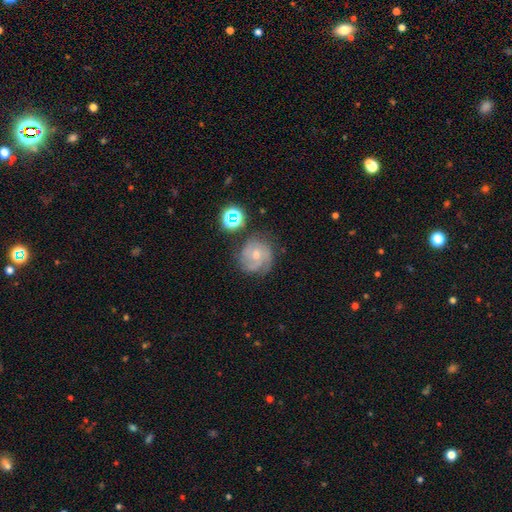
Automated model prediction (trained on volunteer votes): smooth-or-featured: featured or disk: 63% | smooth: 25% | star or artifact: 12%
  disk-edge-on: no: 98% | yes: 2%
    bar: no: 68% | weak: 27% | strong: 4%
    has-spiral-arms: yes: 86% | no: 14%
      spiral-winding: tight: 50% | medium: 38% | loose: 12%
      spiral-arm-count: 3: 33% | can't tell: 30% | 2: 21% | 4: 7% | 1: 5% | more than 4: 4%
    bulge-size: moderate: 51% | small: 43% | none: 3% | large: 2% | dominant: 1%
  merging: none: 66% | minor disturbance: 20% | major disturbance: 9% | merger: 5%